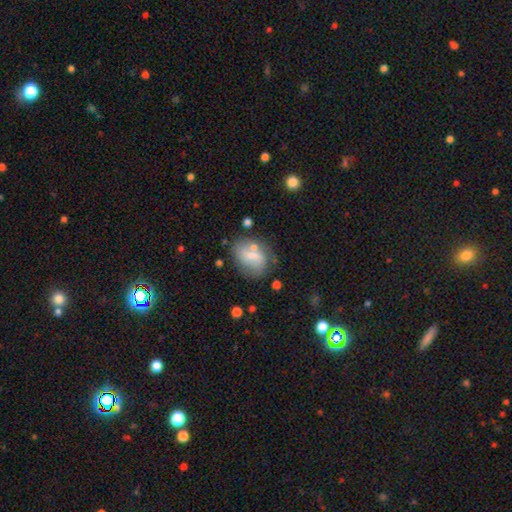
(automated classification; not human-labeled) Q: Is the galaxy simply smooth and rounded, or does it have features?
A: smooth — 56%.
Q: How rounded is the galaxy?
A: in between — 62%.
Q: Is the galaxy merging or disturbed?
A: none — 54%.